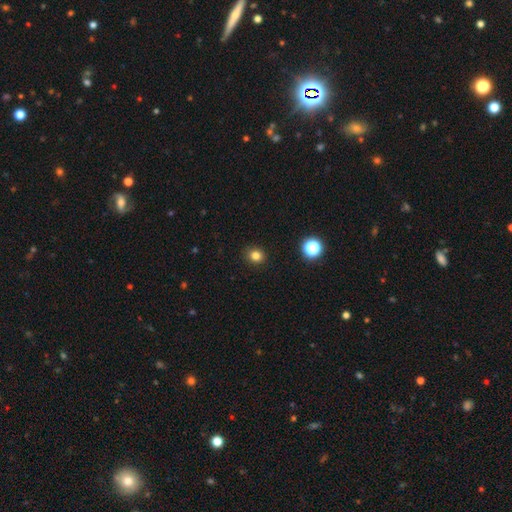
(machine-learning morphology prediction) smooth_or_featured: smooth (p=0.80) [alt: star or artifact p=0.15]
how_rounded: round (p=0.81) [alt: in between p=0.18]
merging: none (p=0.91) [alt: minor disturbance p=0.06]